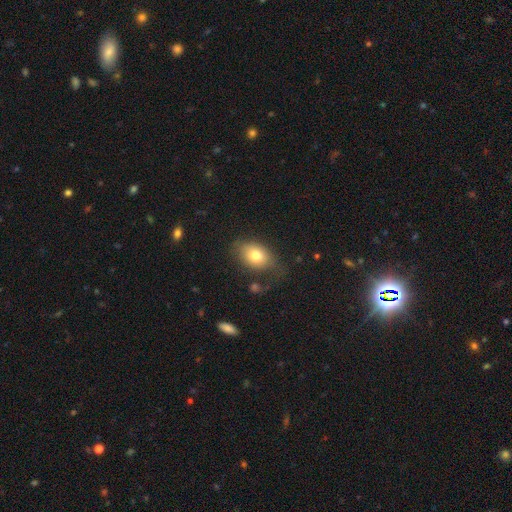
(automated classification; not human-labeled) The model was most divided on "merging": none: 60%, minor disturbance: 24%, major disturbance: 13%, merger: 3%. More confident: how rounded — in between (77%); smooth or featured — smooth (77%).